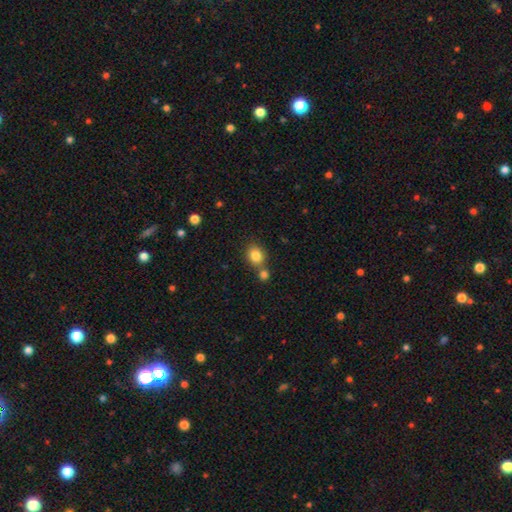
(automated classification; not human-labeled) This appears to be a smooth galaxy with no disk features (83%) that is round (63%). Merging: none (60%).